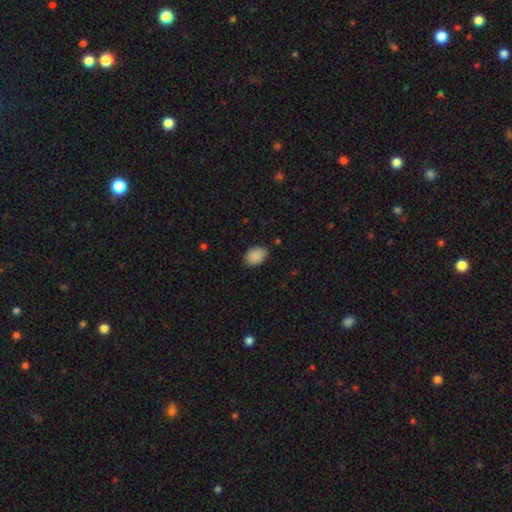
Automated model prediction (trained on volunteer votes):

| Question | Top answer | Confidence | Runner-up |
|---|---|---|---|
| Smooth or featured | smooth | 89% | star or artifact (8%) |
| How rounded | in between | 78% | round (21%) |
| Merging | none | 84% | minor disturbance (12%) |